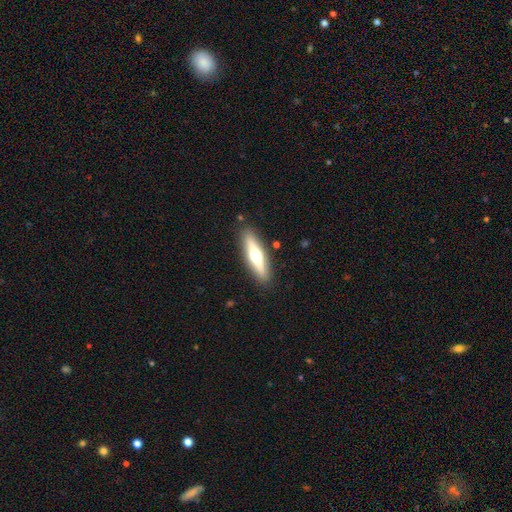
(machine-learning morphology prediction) Smooth or featured? Predicted: featured or disk (p=0.54). Edge-on disk? Predicted: yes (p=0.91). Merging? Predicted: none (p=0.88).